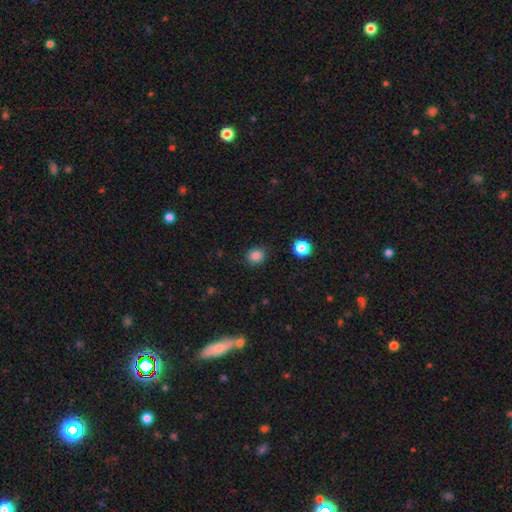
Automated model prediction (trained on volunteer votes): Q: Smooth or featured?
A: smooth (84%); runner-up: star or artifact (12%)
Q: How rounded?
A: round (83%); runner-up: in between (17%)
Q: Merging?
A: none (88%); runner-up: minor disturbance (8%)